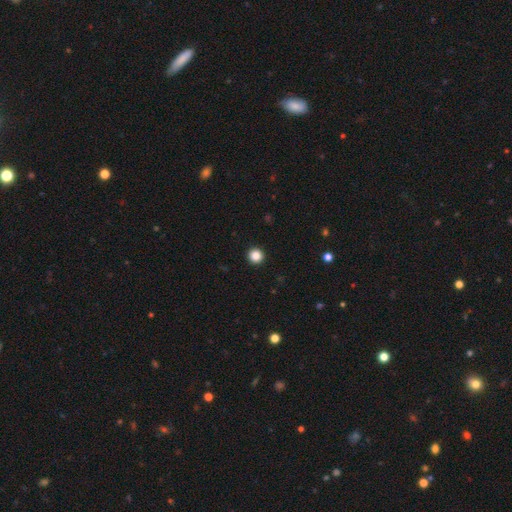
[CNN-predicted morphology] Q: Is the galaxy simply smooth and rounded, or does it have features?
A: smooth — 86%.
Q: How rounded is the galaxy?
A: round — 96%.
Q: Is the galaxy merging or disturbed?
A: none — 94%.